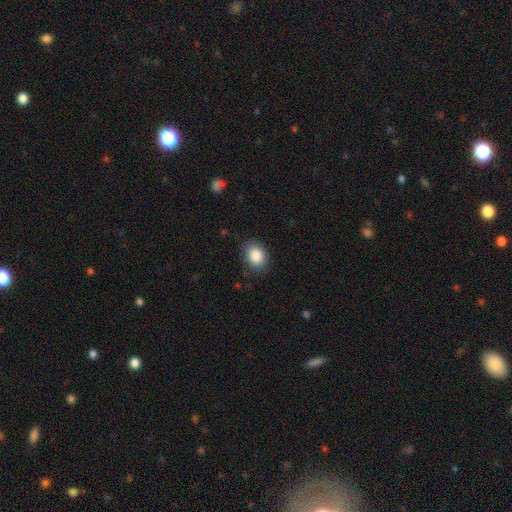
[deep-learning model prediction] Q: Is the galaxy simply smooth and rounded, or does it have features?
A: smooth — 87%.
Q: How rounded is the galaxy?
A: in between — 60%.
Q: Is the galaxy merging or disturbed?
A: none — 81%.